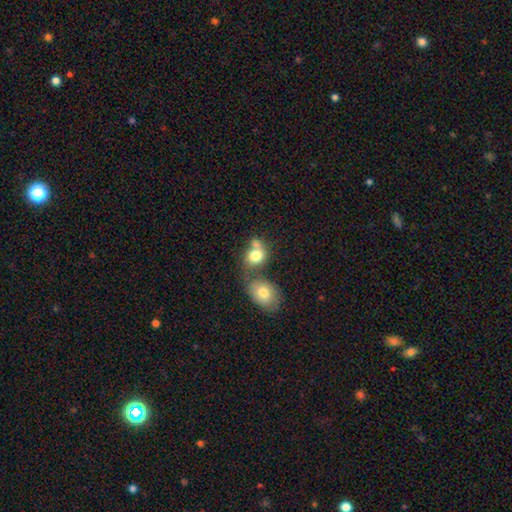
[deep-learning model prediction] smooth-or-featured: smooth: 78% | featured or disk: 14% | star or artifact: 8%
  how-rounded: round: 50% | in between: 49% | cigar-shaped: 1%
  merging: merger: 55% | none: 30% | minor disturbance: 10% | major disturbance: 6%